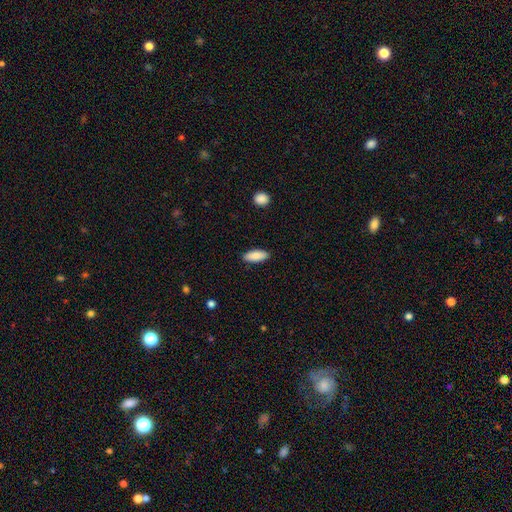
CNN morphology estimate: Smooth or featured: smooth — 87% (featured or disk — 7%)
How rounded: in between — 74% (cigar-shaped — 24%)
Merging: none — 89% (minor disturbance — 8%)